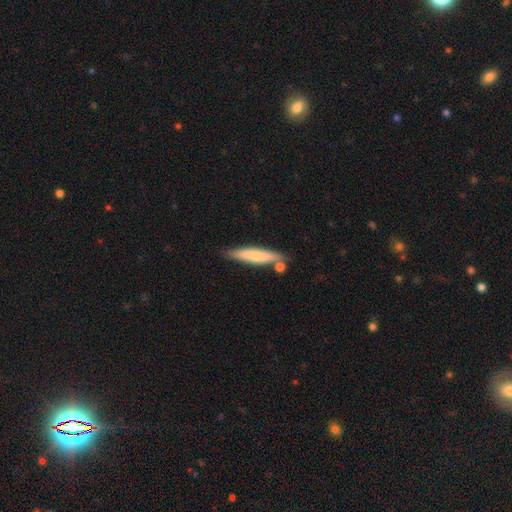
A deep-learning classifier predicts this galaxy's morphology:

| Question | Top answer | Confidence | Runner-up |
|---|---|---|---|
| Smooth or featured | smooth | 67% | featured or disk (28%) |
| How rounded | cigar-shaped | 86% | in between (12%) |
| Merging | none | 74% | minor disturbance (14%) |